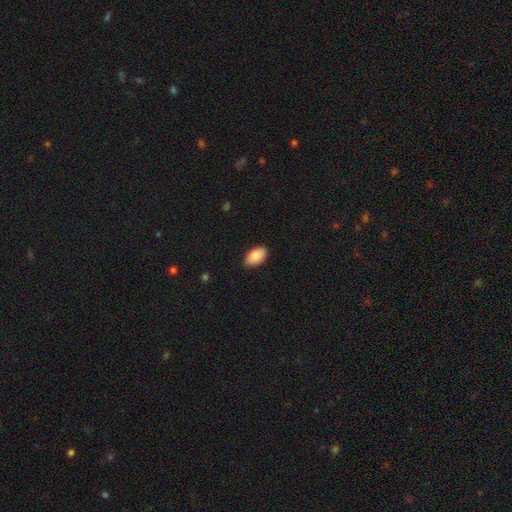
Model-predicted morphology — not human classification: Overall: smooth (88%). How rounded: in between (94%). Merging: none (85%).